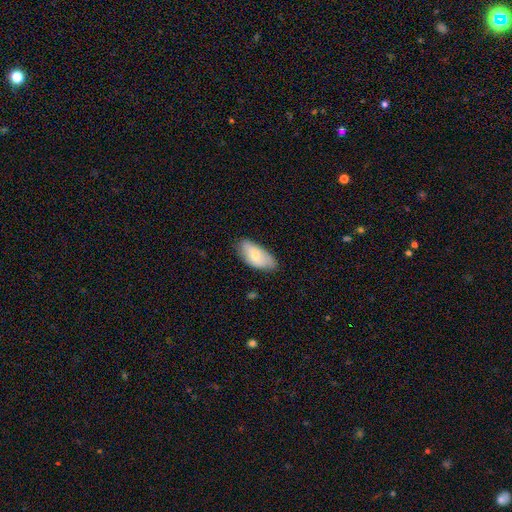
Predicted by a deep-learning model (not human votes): This is likely a smooth galaxy (74%). How rounded: clearly in between (93%). Merging: likely none (70%).